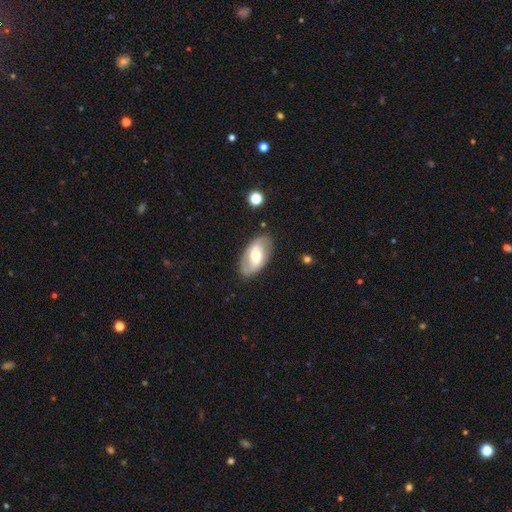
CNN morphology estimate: Q: Smooth or featured?
A: featured or disk (60%); runner-up: smooth (34%)
Q: Edge-on disk?
A: no (92%); runner-up: yes (8%)
Q: Bar?
A: weak (39%); runner-up: no (33%)
Q: Spiral arms?
A: yes (63%); runner-up: no (37%)
Q: Bulge size?
A: moderate (67%); runner-up: small (21%)
Q: Merging?
A: none (81%); runner-up: minor disturbance (13%)